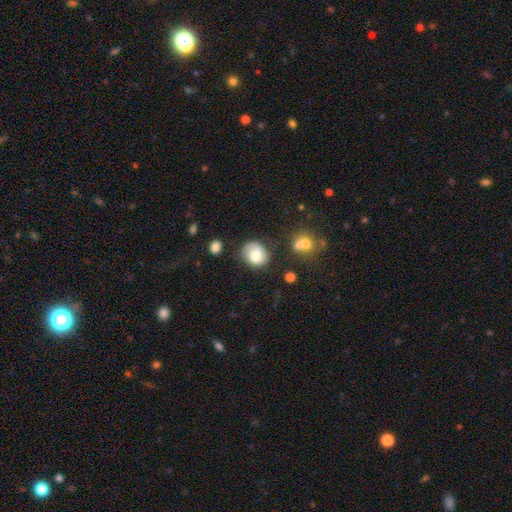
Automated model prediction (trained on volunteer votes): The model was most divided on "how rounded": round: 63%, in between: 36%, cigar-shaped: 1%. More confident: smooth or featured — smooth (78%); merging — none (63%).